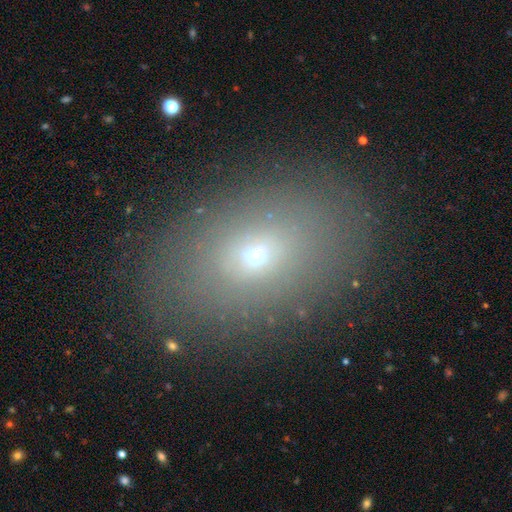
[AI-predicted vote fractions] Smooth or featured: smooth — 58% (featured or disk — 21%)
How rounded: in between — 73% (round — 25%)
Merging: none — 83% (minor disturbance — 10%)